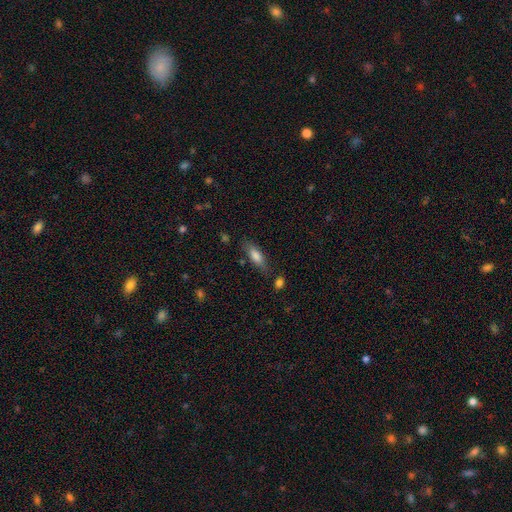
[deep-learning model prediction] This appears to be a smooth galaxy with no disk features (78%) that is in between round and cigar-shaped (62%). Merging: none (73%).